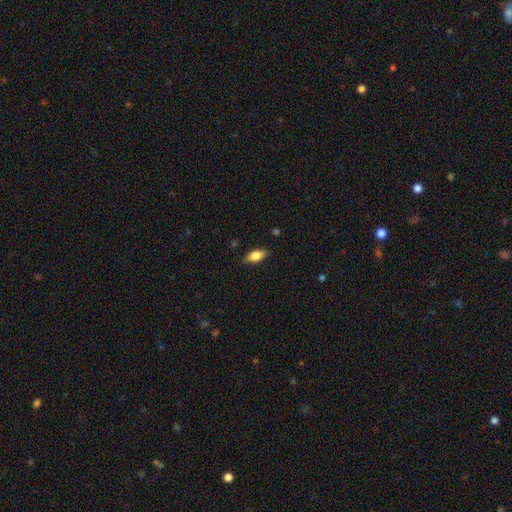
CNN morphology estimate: Smooth or featured? smooth (60%)
How rounded? in between (78%)
Merging? none (84%)